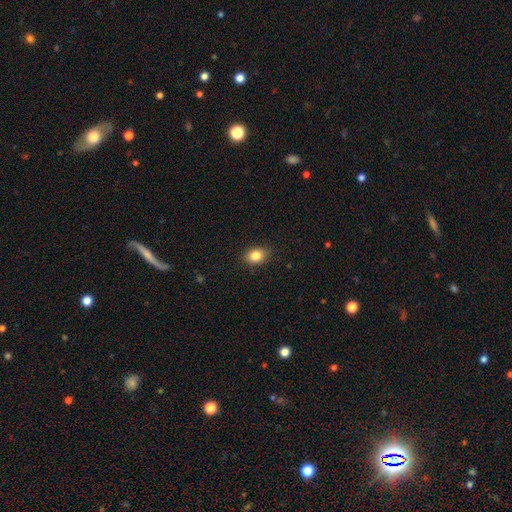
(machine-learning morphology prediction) A smooth galaxy with no disk features (84%) that is in between round and cigar-shaped (65%).

Vote fractions:
- Smooth or featured? smooth: 84% / star or artifact: 10% / featured or disk: 7%
- How rounded? in between: 65% / round: 34% / cigar-shaped: 1%
- Merging? none: 85% / minor disturbance: 11% / major disturbance: 2% / merger: 1%